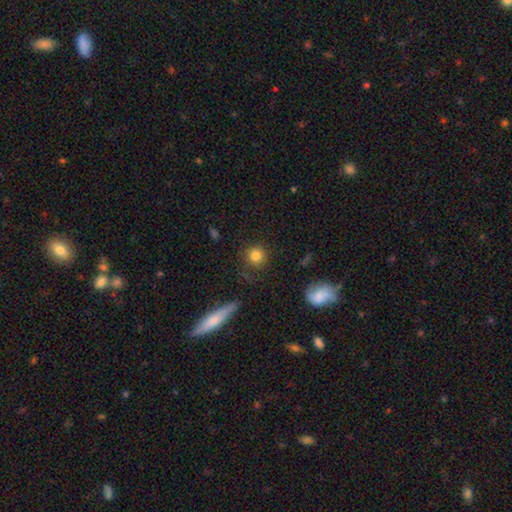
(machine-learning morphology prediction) smooth-or-featured: smooth: 82% | star or artifact: 11% | featured or disk: 7%
  how-rounded: round: 91% | in between: 8% | cigar-shaped: 2%
  merging: none: 83% | minor disturbance: 10% | major disturbance: 4% | merger: 3%